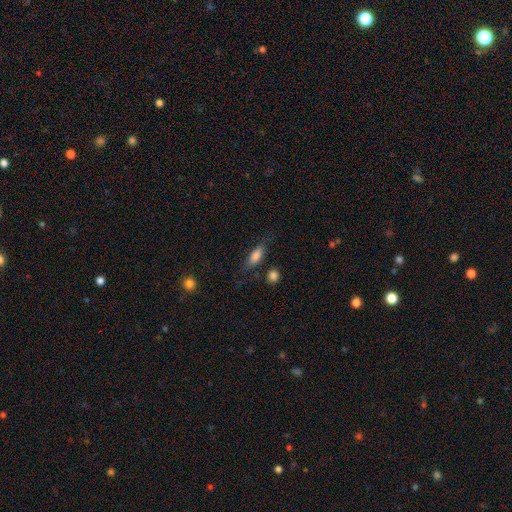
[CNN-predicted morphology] This is likely a smooth galaxy (79%). How rounded: likely in between (73%). Merging: likely none (69%).